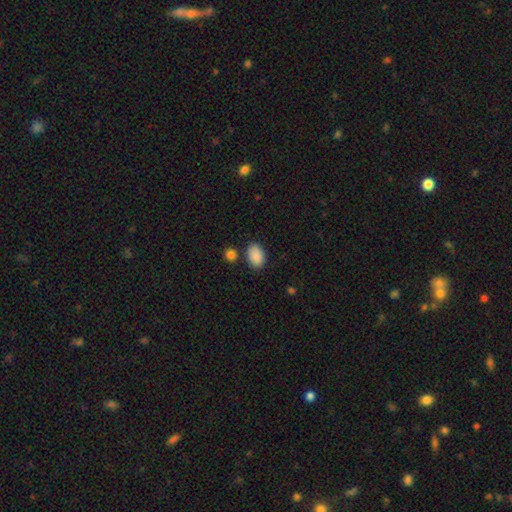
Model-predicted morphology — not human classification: smooth 89%, star or artifact 7%, featured or disk 4%. Down the decision tree: how rounded — in between (88%); merging — none (78%).